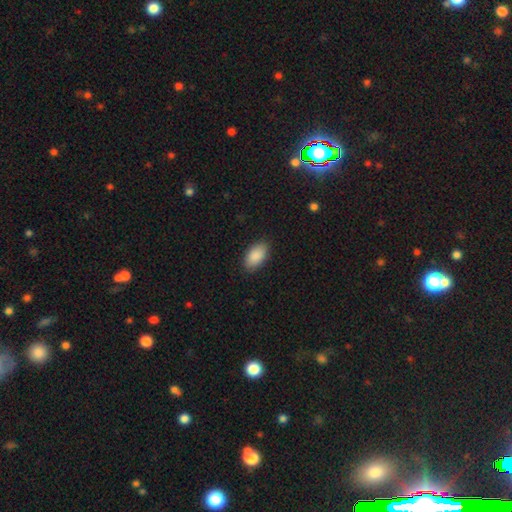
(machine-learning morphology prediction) This appears to be a smooth galaxy with no disk features (90%) that is in between round and cigar-shaped (94%). Merging: none (85%).